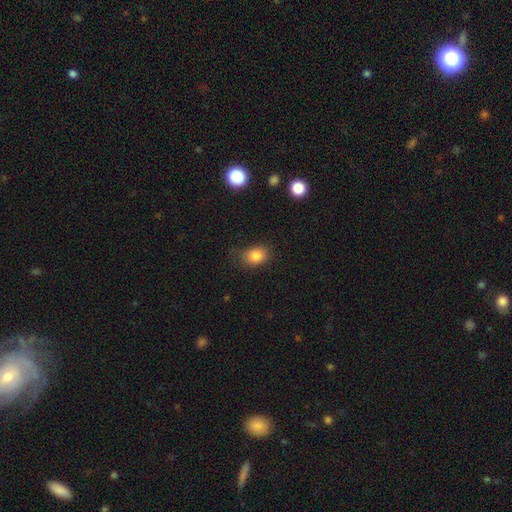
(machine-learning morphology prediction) smooth 83%, star or artifact 11%, featured or disk 7%. Down the decision tree: how rounded — in between (62%); merging — none (76%).